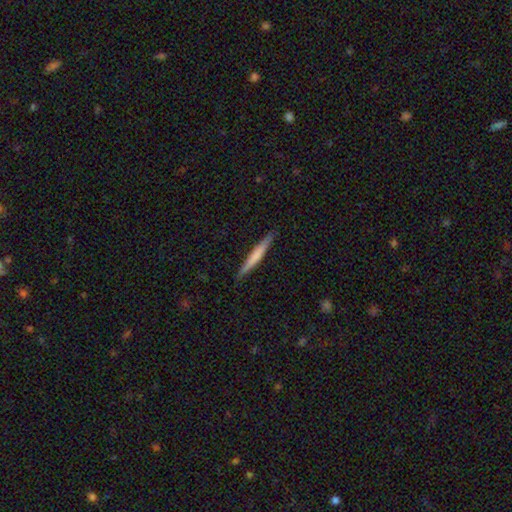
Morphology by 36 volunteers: Smooth or featured? featured or disk (53%)
Edge-on disk? yes (100%)
Edge-on bulge? boxy (37%, tied with none)
Merging? none (86%)